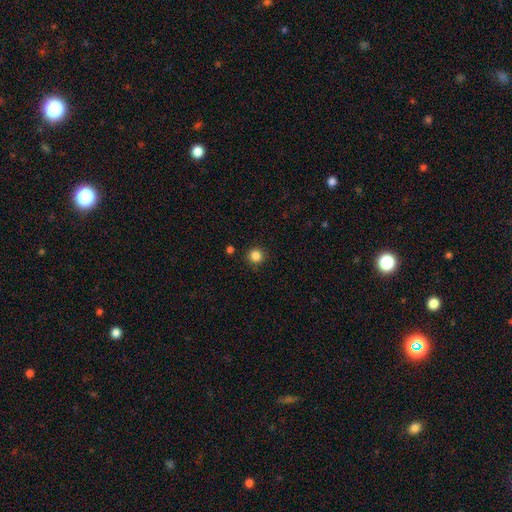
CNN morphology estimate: Smooth or featured: smooth — 85% (star or artifact — 11%)
How rounded: round — 92% (in between — 7%)
Merging: none — 88% (minor disturbance — 7%)